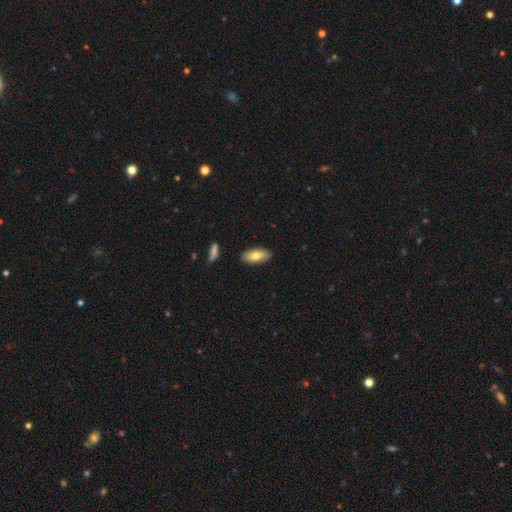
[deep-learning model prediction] Overall: smooth (74%). How rounded: in between (84%). Merging: none (87%).